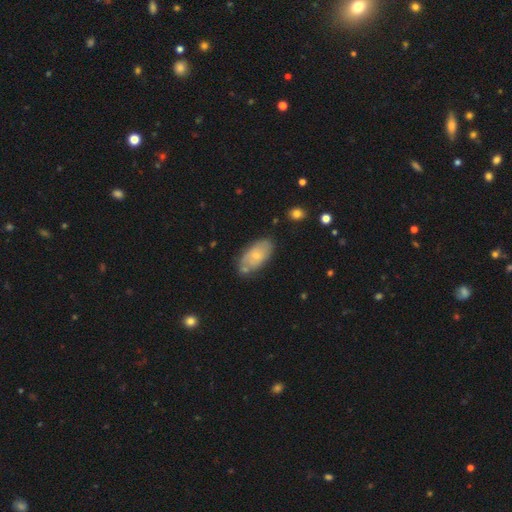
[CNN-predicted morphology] A smooth galaxy with no disk features (56%) that is in between round and cigar-shaped (93%). Merging: none (64%).